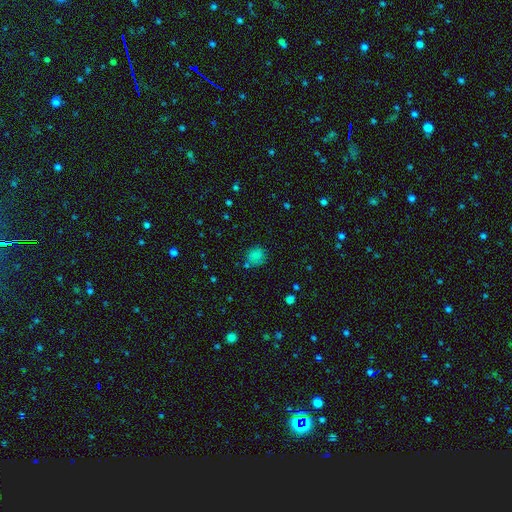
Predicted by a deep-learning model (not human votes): Q: Smooth or featured?
A: smooth (79%); runner-up: star or artifact (14%)
Q: How rounded?
A: round (79%); runner-up: in between (20%)
Q: Merging?
A: none (74%); runner-up: minor disturbance (16%)